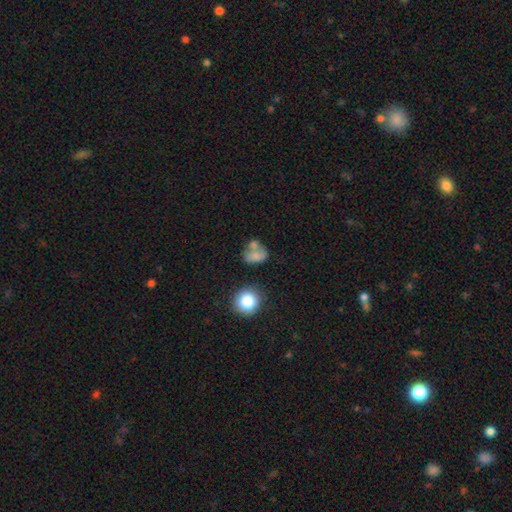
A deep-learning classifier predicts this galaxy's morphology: A smooth galaxy with no disk features (65%) that is in between round and cigar-shaped (52%). Merging: none (35%).